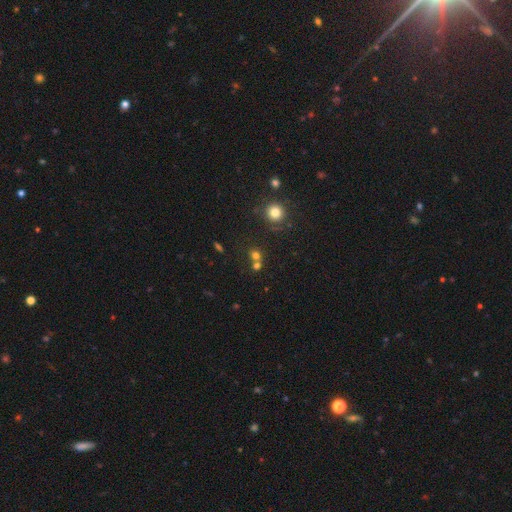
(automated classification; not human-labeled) The model was most divided on "merging": none: 50%, merger: 39%, minor disturbance: 8%, major disturbance: 4%. More confident: how rounded — round (76%); smooth or featured — smooth (69%).